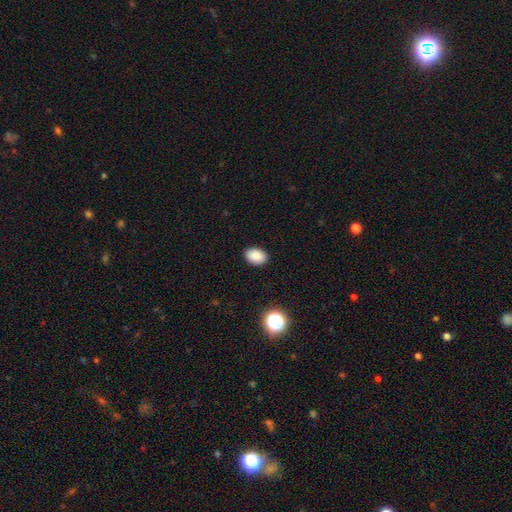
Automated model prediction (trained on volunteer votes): smooth-or-featured: smooth: 87% | star or artifact: 10% | featured or disk: 4%
  how-rounded: in between: 81% | round: 18% | cigar-shaped: 1%
  merging: none: 90% | minor disturbance: 7% | major disturbance: 2% | merger: 1%